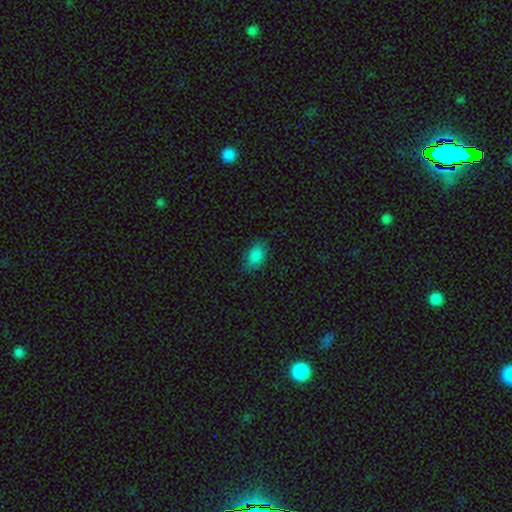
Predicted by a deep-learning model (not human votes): Smooth or featured?
  - smooth: 85% *
  - star or artifact: 10%
  - featured or disk: 5%
How rounded?
  - in between: 90% *
  - round: 7%
  - cigar-shaped: 2%
Merging?
  - none: 80% *
  - minor disturbance: 15%
  - major disturbance: 3%
  - merger: 1%